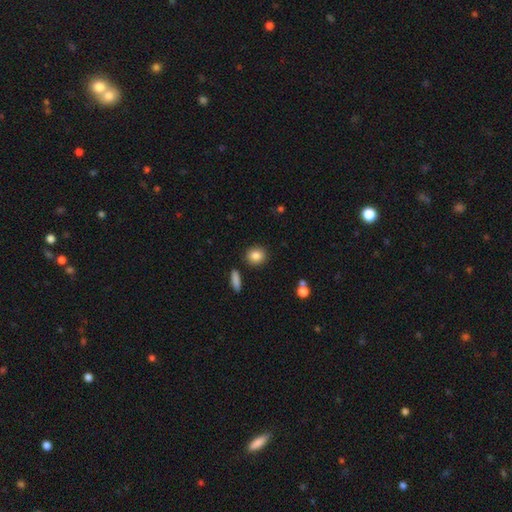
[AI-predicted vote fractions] Overall: smooth (86%). How rounded: round (73%). Merging: none (87%).